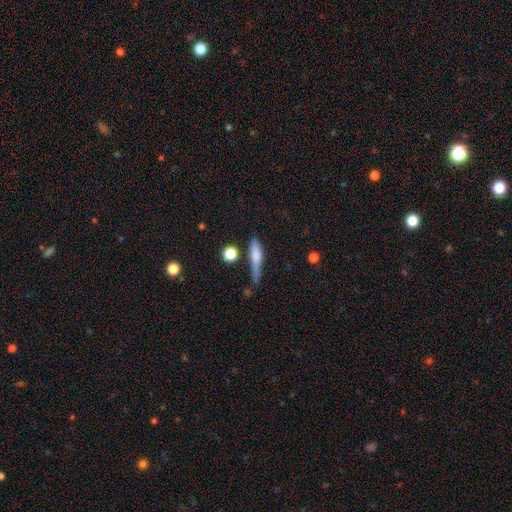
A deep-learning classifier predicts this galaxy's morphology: Smooth or featured? smooth (63%)
How rounded? cigar-shaped (80%)
Merging? none (53%)